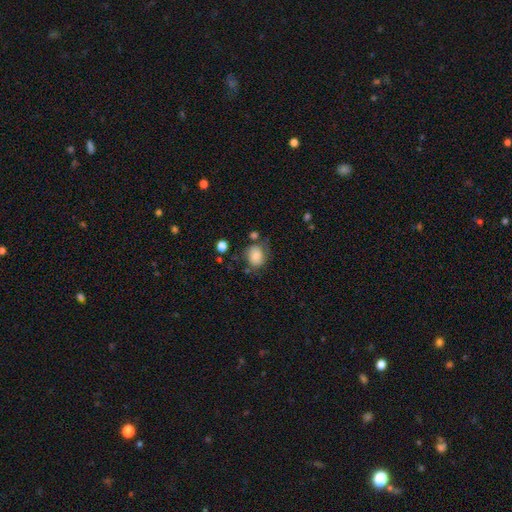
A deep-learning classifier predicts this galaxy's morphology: The model was most divided on "how rounded": round: 54%, in between: 45%, cigar-shaped: 1%. More confident: smooth or featured — smooth (79%); merging — none (59%).